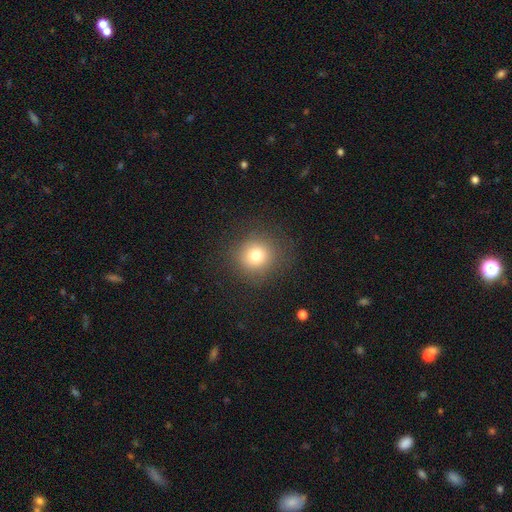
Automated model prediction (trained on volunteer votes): Smooth or featured? Predicted: smooth (p=0.76). How rounded? Predicted: round (p=0.92). Merging? Predicted: none (p=0.86).